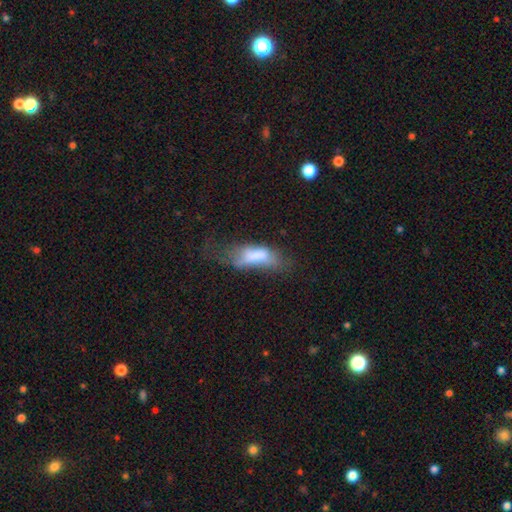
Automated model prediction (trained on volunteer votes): smooth 64%, featured or disk 25%, star or artifact 11%. Down the decision tree: how rounded — in between (76%); merging — major disturbance (48%).